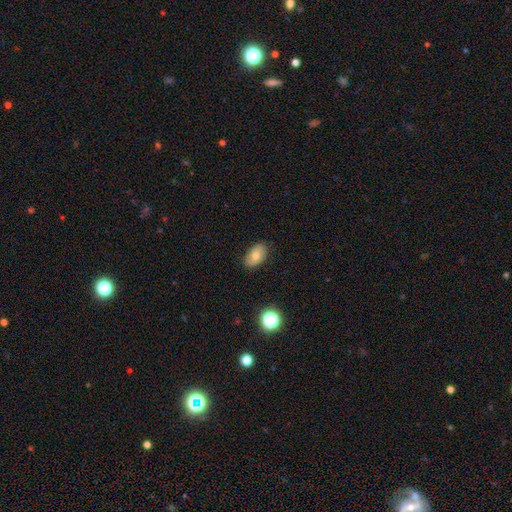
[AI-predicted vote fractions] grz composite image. It shows a smooth galaxy with no disk features (68%) that is in between round and cigar-shaped (88%). Merging: none (83%).